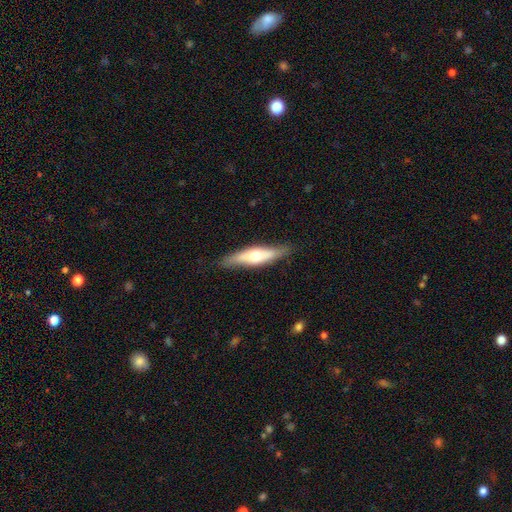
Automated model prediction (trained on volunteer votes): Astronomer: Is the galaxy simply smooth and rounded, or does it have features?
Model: featured or disk — 51% (runner-up: smooth, 44%).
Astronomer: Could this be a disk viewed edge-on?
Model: yes — 80%.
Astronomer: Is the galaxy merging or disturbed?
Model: none — 82%.